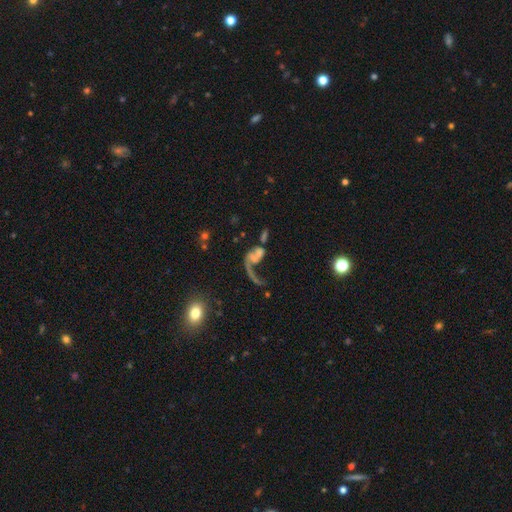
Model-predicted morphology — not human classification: Smooth or featured? Predicted: featured or disk (p=0.58). Edge-on disk? Predicted: no (p=0.96). Bar? Predicted: no (p=0.72). Spiral arms? Predicted: yes (p=0.60). Bulge size? Predicted: none (p=0.57). Merging? Predicted: major disturbance (p=0.39).